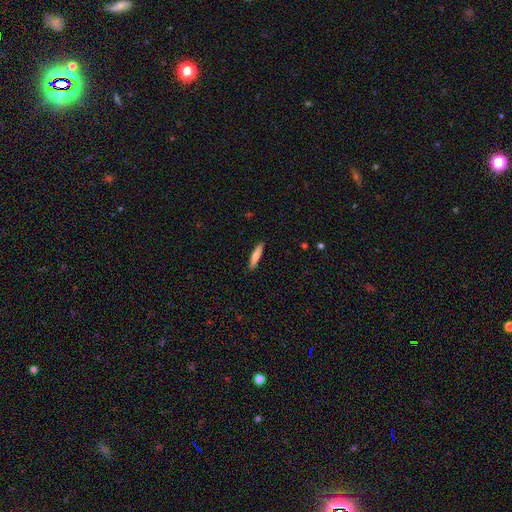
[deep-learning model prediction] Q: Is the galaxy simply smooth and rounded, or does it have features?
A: smooth — 64%.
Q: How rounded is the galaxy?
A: cigar-shaped — 85%.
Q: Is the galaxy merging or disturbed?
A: none — 91%.